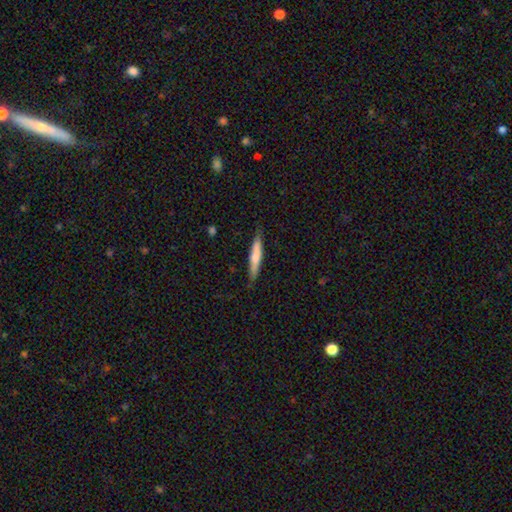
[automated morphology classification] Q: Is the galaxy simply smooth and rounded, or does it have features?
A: smooth — 68%.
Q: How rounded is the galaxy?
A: cigar-shaped — 91%.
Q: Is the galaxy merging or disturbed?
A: none — 84%.